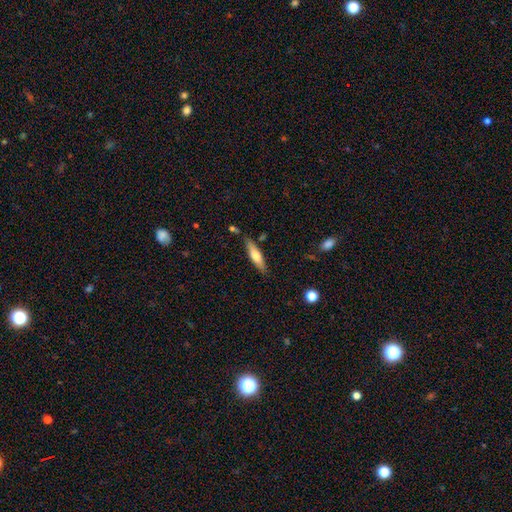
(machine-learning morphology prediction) This appears to be a smooth galaxy with no disk features (58%) that is cigar-shaped (73%). Merging: none (77%).